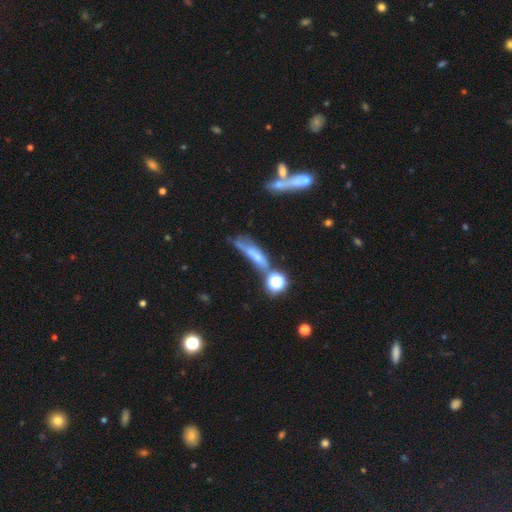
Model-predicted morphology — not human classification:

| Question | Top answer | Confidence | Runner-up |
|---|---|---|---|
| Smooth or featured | smooth | 44% | featured or disk (37%) |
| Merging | none | 36% | merger (26%) |